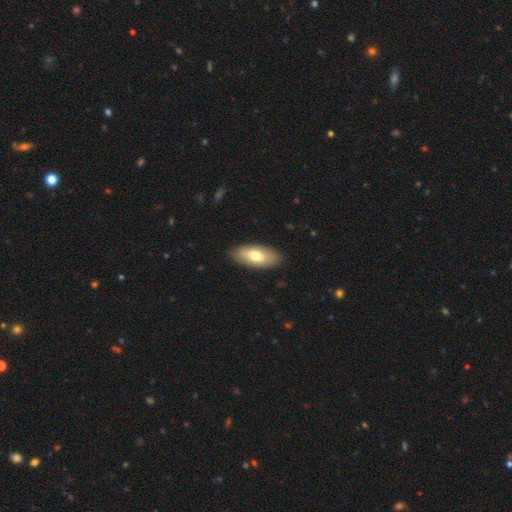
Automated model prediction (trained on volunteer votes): Smooth or featured? smooth (74%)
How rounded? in between (87%)
Merging? none (88%)